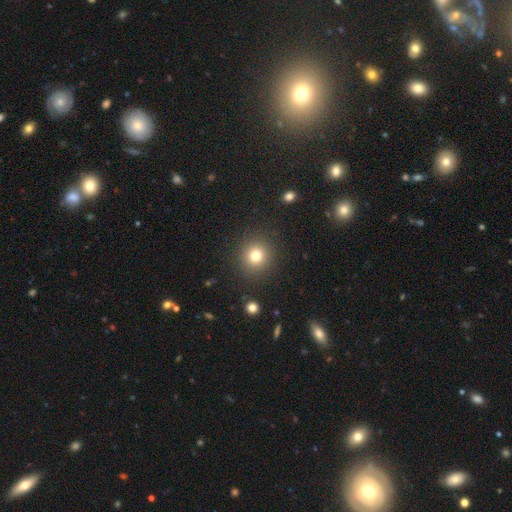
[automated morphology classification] smooth-or-featured: smooth: 78% | star or artifact: 14% | featured or disk: 9%
  how-rounded: round: 91% | in between: 8% | cigar-shaped: 1%
  merging: none: 89% | minor disturbance: 6% | major disturbance: 3% | merger: 1%